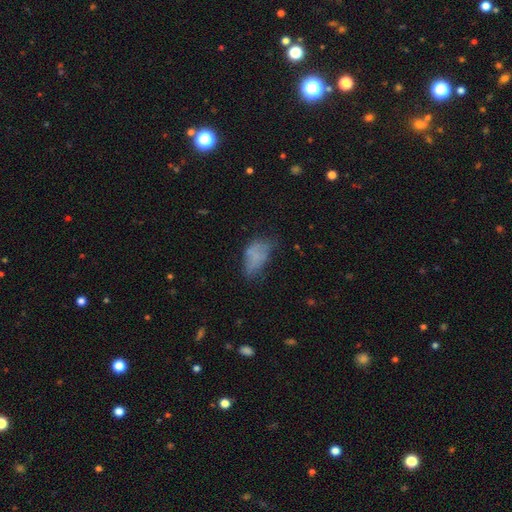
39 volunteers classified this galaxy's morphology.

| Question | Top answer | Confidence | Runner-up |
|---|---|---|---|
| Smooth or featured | smooth | 64% | featured or disk (31%) |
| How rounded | in between | 84% | round (12%) |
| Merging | major disturbance | 51% | minor disturbance (27%) |